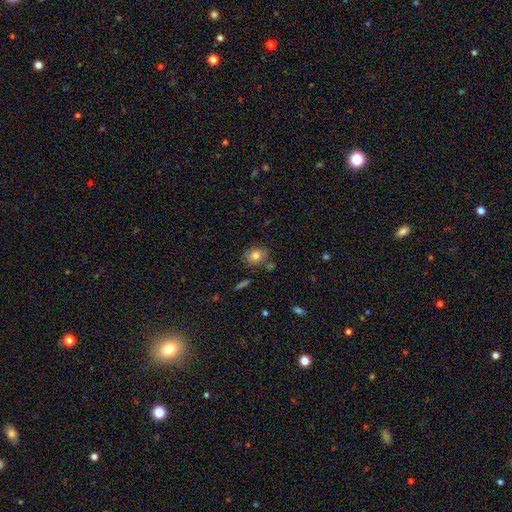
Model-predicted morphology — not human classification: Smooth or featured: smooth — 79% (featured or disk — 11%)
How rounded: round — 62% (in between — 37%)
Merging: none — 73% (minor disturbance — 15%)